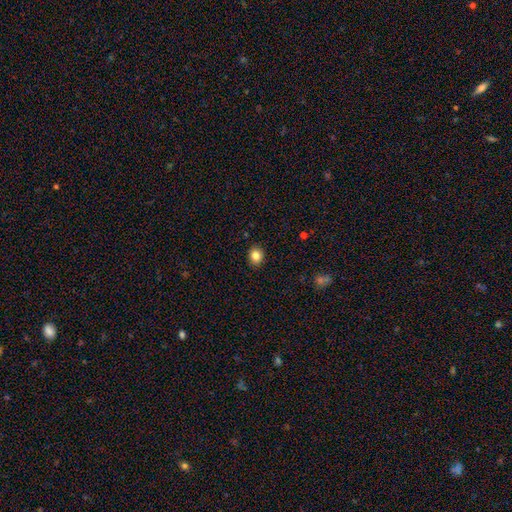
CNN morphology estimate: This appears to be a smooth galaxy with no disk features (83%) that is round (69%). Merging: none (91%).